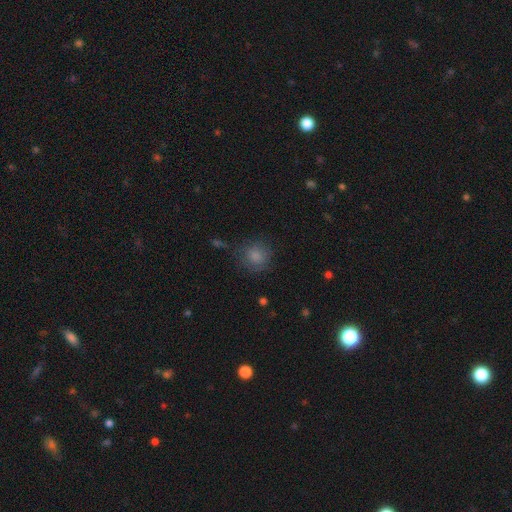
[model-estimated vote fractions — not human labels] Overall: smooth (82%). How rounded: round (87%). Merging: none (71%).